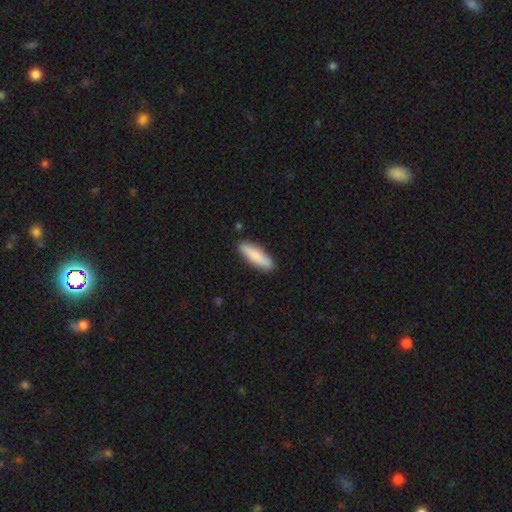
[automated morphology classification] The model was most divided on "how rounded": cigar-shaped: 63%, in between: 35%, round: 2%. More confident: merging — none (89%); smooth or featured — smooth (85%).